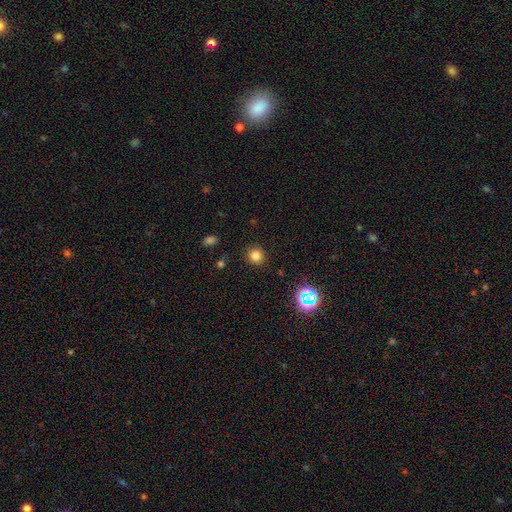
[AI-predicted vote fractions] Morphology: type=smooth (80%); roundness=round (92%); merging=none (90%).